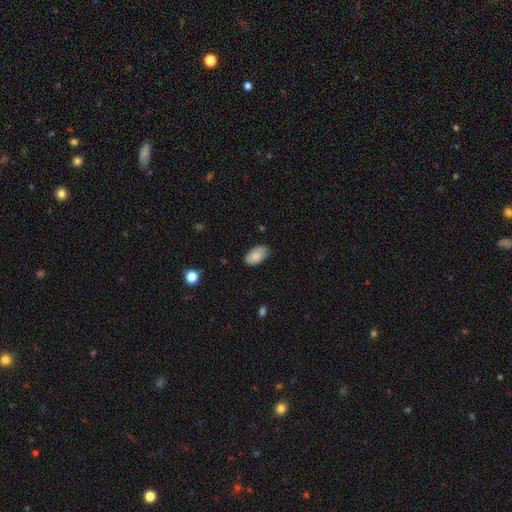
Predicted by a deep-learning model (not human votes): This appears to be a smooth galaxy with no disk features (86%) that is in between round and cigar-shaped (95%). Merging: none (82%).